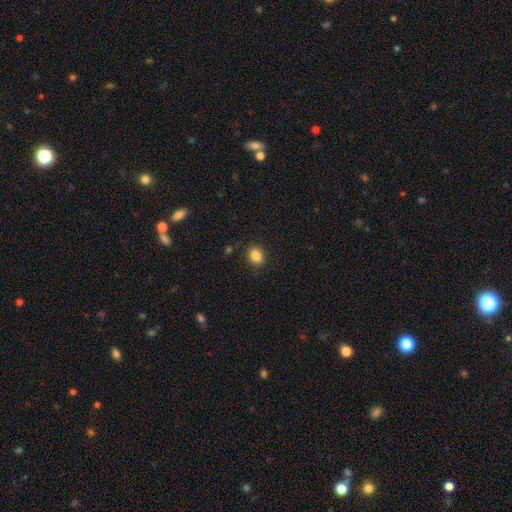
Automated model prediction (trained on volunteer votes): This is clearly a smooth galaxy (86%). How rounded: possibly round (52%). Merging: clearly none (87%).